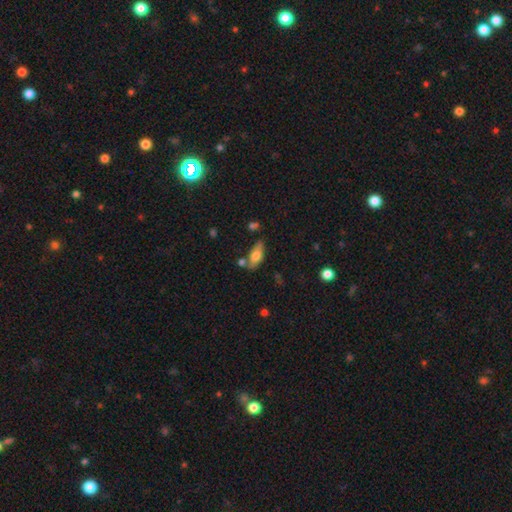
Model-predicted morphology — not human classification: smooth_or_featured: smooth (p=0.68) [alt: featured or disk p=0.24]
how_rounded: in between (p=0.81) [alt: cigar-shaped p=0.15]
merging: none (p=0.58) [alt: minor disturbance p=0.20]